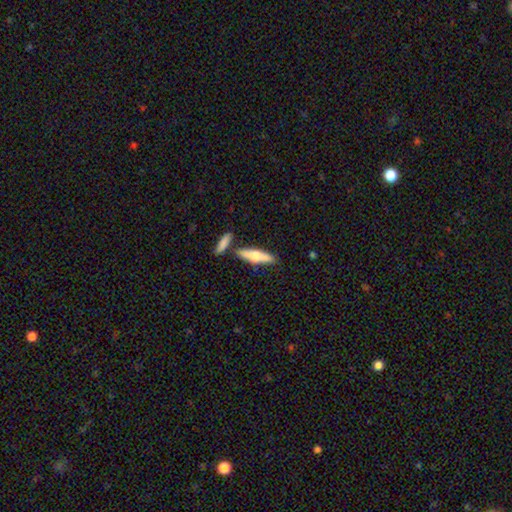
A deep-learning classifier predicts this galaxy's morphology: Q: Smooth or featured?
A: smooth (62%); runner-up: featured or disk (33%)
Q: How rounded?
A: cigar-shaped (74%); runner-up: in between (24%)
Q: Merging?
A: none (73%); runner-up: merger (13%)